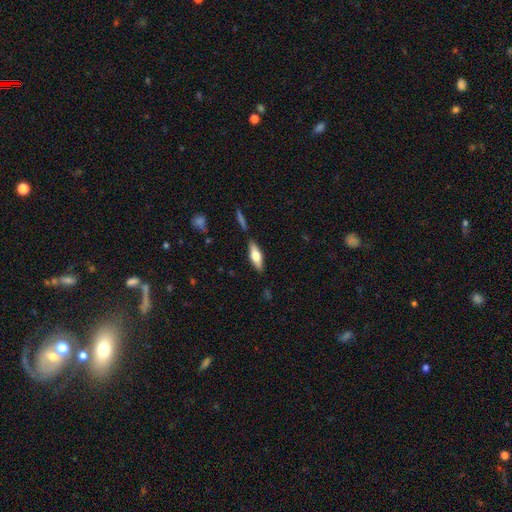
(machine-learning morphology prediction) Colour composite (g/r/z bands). It shows a smooth galaxy with no disk features (59%) that is in between round and cigar-shaped (56%). Merging: none (83%).